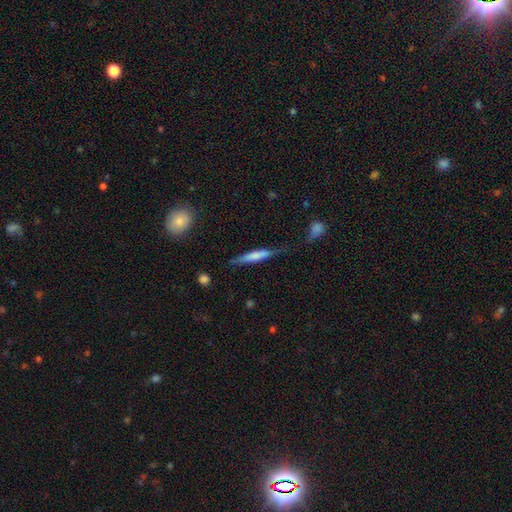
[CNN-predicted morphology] smooth_or_featured: smooth (p=0.58) [alt: featured or disk p=0.35]
how_rounded: cigar-shaped (p=0.87) [alt: in between p=0.11]
merging: none (p=0.63) [alt: minor disturbance p=0.24]